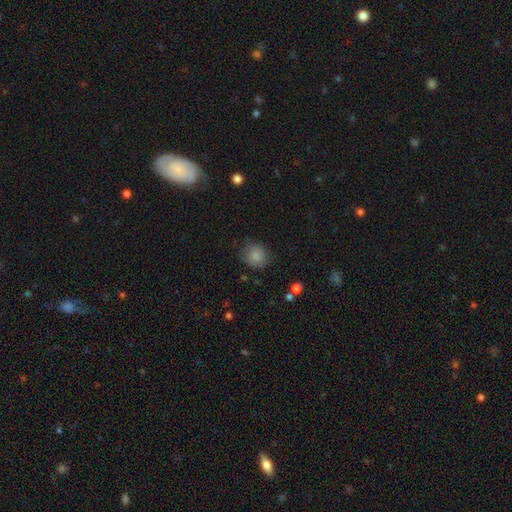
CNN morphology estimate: smooth 84%, star or artifact 8%, featured or disk 8%. Down the decision tree: how rounded — round (79%); merging — none (73%).